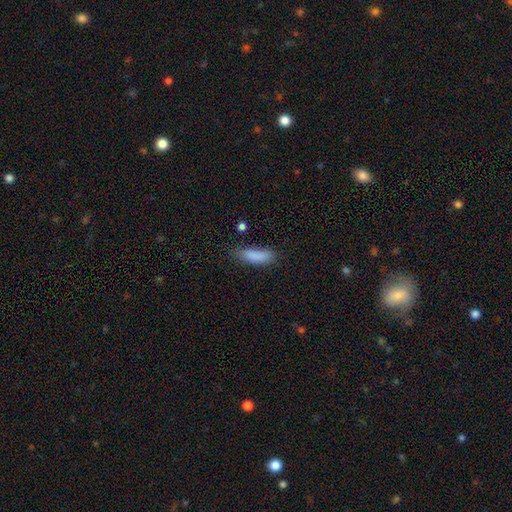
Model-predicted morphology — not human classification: Overall: smooth (86%). How rounded: in between (58%; cigar-shaped 40%). Merging: none (68%).